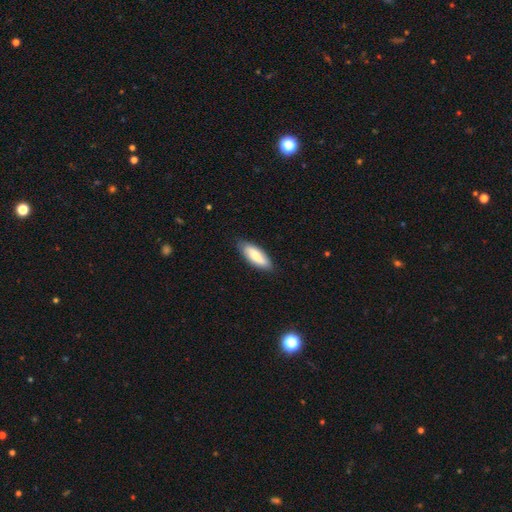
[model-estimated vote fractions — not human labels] This is likely a smooth galaxy (74%). How rounded: likely in between (69%). Merging: clearly none (83%).